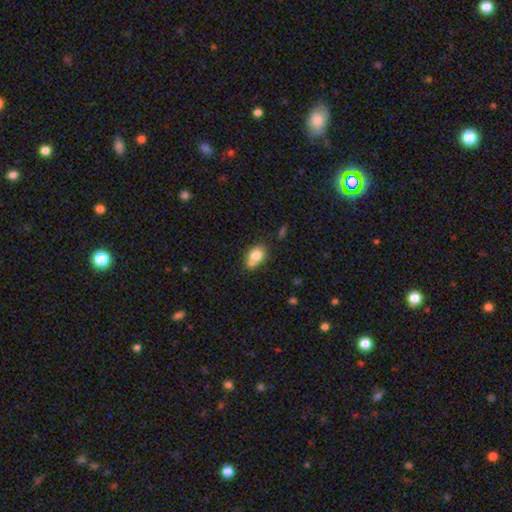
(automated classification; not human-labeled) A smooth galaxy with no disk features (77%) that is in between round and cigar-shaped (58%). Merging: none (51%).